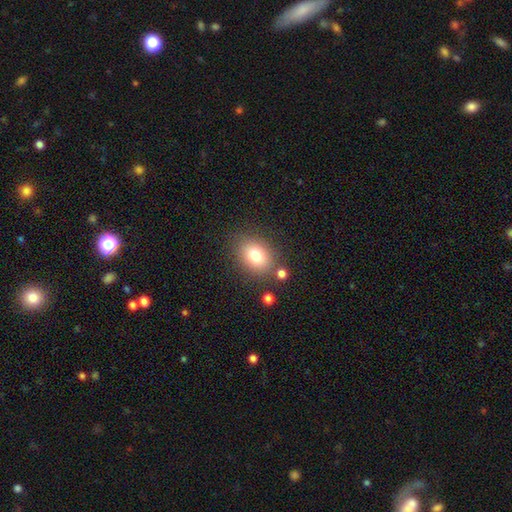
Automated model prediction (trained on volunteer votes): Smooth or featured? Predicted: smooth (p=0.79). How rounded? Predicted: in between (p=0.61). Merging? Predicted: none (p=0.78).